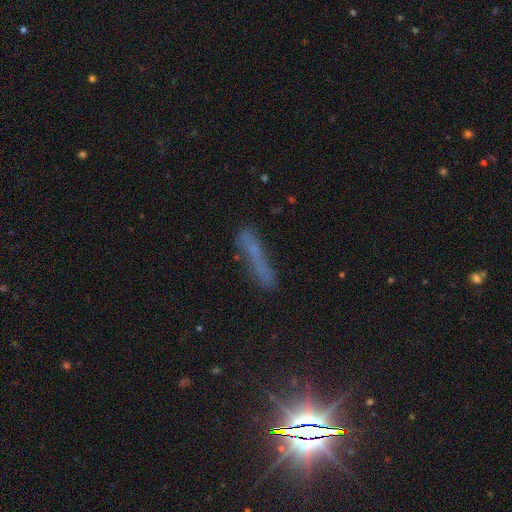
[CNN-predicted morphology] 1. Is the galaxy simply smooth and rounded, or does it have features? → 41% smooth, 31% featured or disk, 28% star or artifact.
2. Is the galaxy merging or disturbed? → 65% none, 21% minor disturbance, 9% major disturbance, 5% merger.